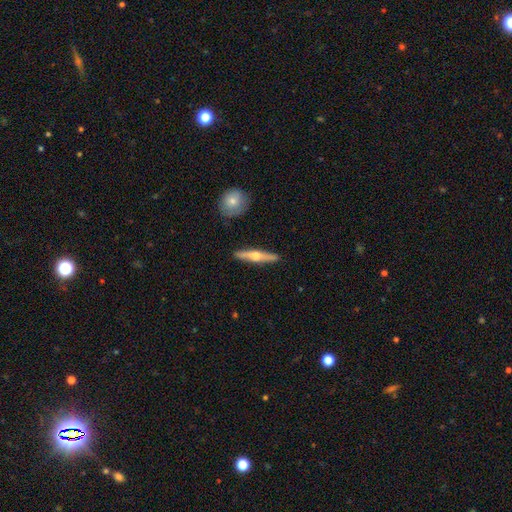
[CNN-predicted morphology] A featured or disk galaxy (64%) viewed edge-on (97%) with a rounded central bulge (92%).

Vote fractions:
- Smooth or featured? featured or disk: 64% / smooth: 31% / star or artifact: 5%
- Edge-on disk? yes: 97% / no: 3%
- Edge-on bulge? rounded: 92% / boxy: 4% / none: 4%
- Merging? none: 90% / minor disturbance: 7% / merger: 2% / major disturbance: 1%